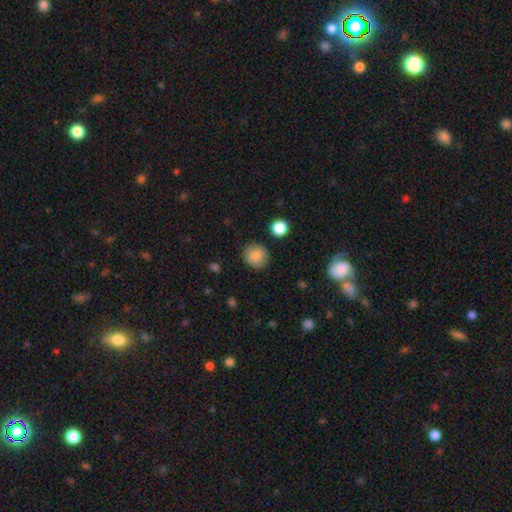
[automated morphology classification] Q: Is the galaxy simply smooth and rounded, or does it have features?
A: smooth — 86%.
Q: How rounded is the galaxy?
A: round — 88%.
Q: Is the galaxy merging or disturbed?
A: none — 87%.